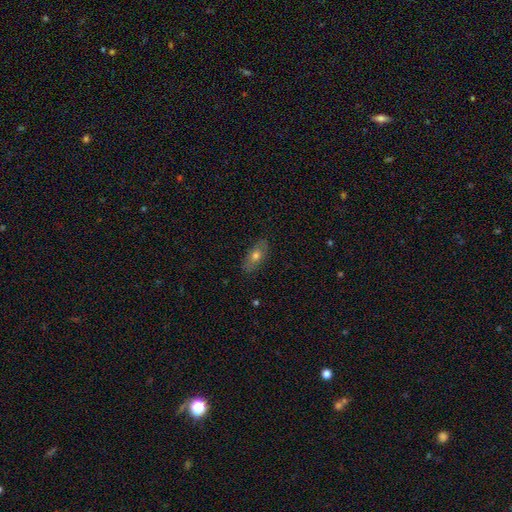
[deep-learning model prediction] Smooth or featured: smooth — 65% (featured or disk — 27%)
How rounded: in between — 83% (cigar-shaped — 13%)
Merging: none — 85% (minor disturbance — 11%)